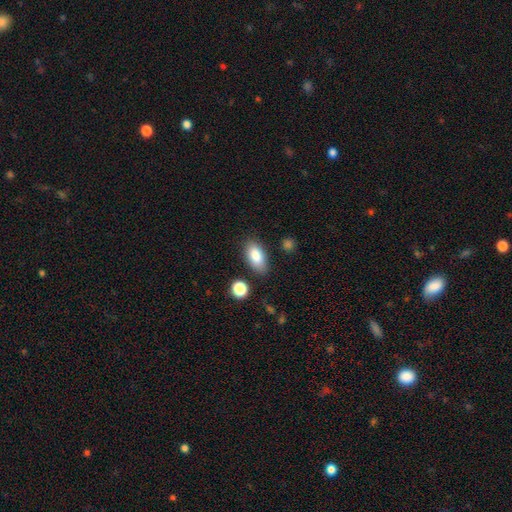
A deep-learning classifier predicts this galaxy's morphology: Q: Smooth or featured?
A: smooth (85%); runner-up: featured or disk (7%)
Q: How rounded?
A: in between (90%); runner-up: cigar-shaped (6%)
Q: Merging?
A: none (81%); runner-up: minor disturbance (13%)